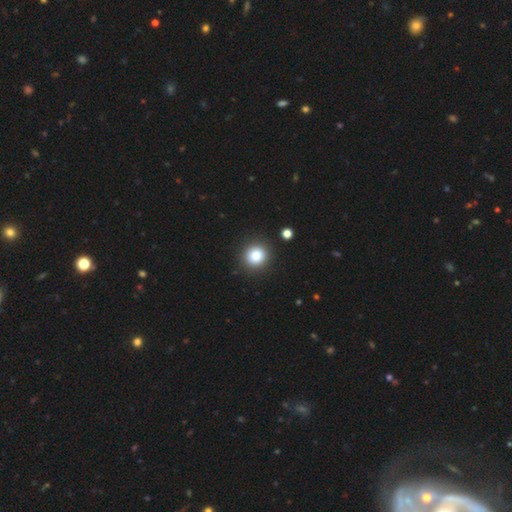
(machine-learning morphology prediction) The model was most divided on "smooth or featured": smooth: 81%, star or artifact: 12%, featured or disk: 8%. More confident: how rounded — round (93%); merging — none (91%).